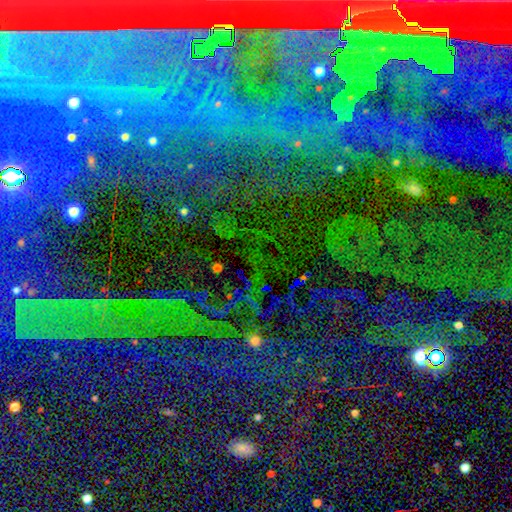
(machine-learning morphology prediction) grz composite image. It shows a star or artifact, not a galaxy (76%).